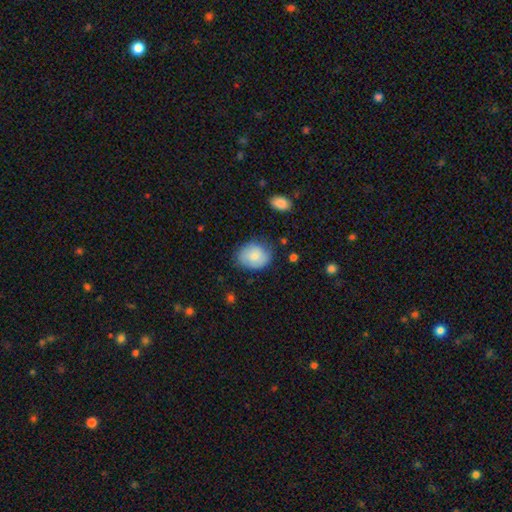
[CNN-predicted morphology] The model was most divided on "how rounded": in between: 55%, round: 45%, cigar-shaped: 1%. More confident: smooth or featured — smooth (81%); merging — none (72%).